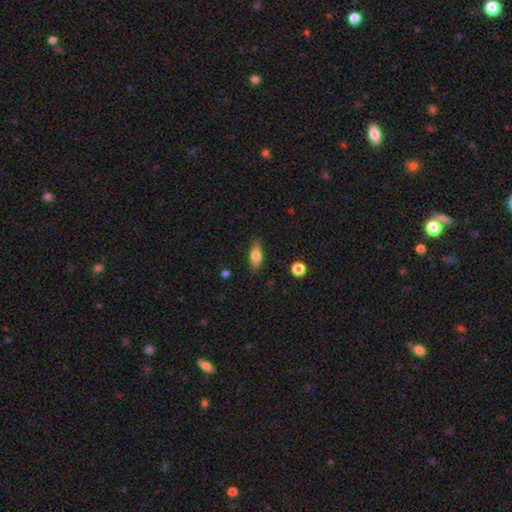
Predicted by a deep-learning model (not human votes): The model was most divided on "how rounded": in between: 70%, cigar-shaped: 26%, round: 4%. More confident: merging — none (85%); smooth or featured — smooth (70%).